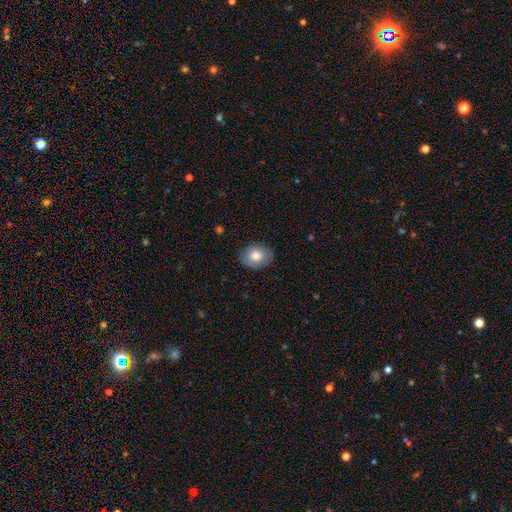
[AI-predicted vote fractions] Overall: smooth (81%). How rounded: in between (62%; round 38%). Merging: none (85%).